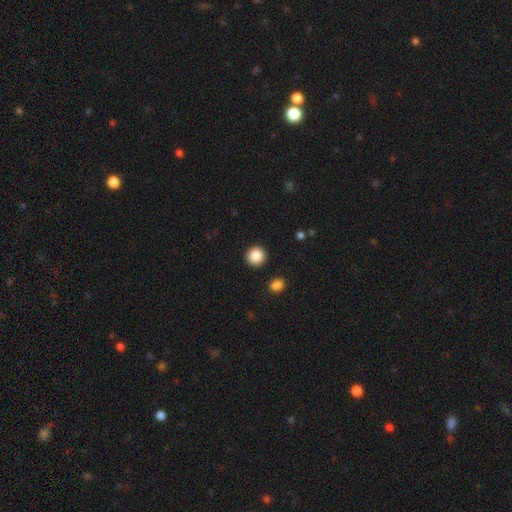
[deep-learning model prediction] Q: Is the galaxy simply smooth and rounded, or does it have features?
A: smooth — 88%.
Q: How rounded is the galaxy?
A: round — 94%.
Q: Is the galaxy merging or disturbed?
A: none — 92%.